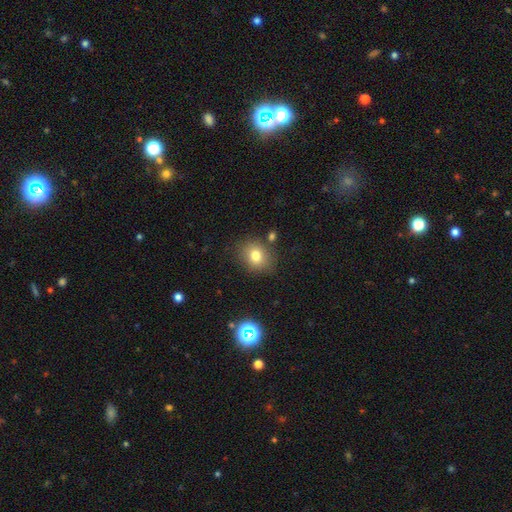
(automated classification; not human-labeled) smooth 77%, star or artifact 13%, featured or disk 10%. Down the decision tree: how rounded — round (57%); merging — none (79%).